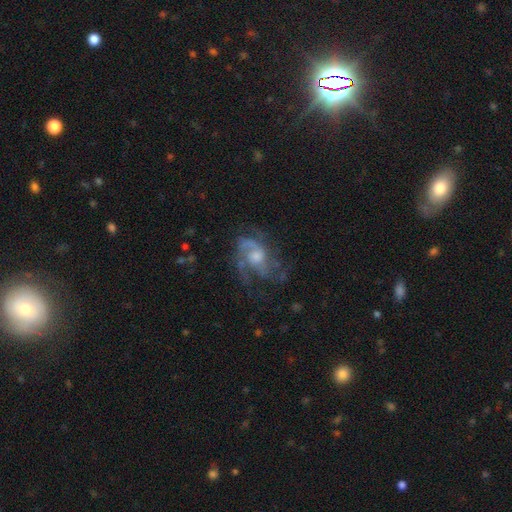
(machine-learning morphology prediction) A featured or disk galaxy (79%) with no bar (69%), 2 (34%) medium (47%) spiral arms (88%) and a moderate central bulge (57%).

Vote fractions:
- Smooth or featured? featured or disk: 79% / smooth: 12% / star or artifact: 9%
- Edge-on disk? no: 97% / yes: 3%
- Bar? no: 69% / weak: 27% / strong: 5%
- Spiral arms? yes: 88% / no: 12%
- Spiral winding? medium: 47% / loose: 28% / tight: 24%
- Spiral arm count? 2: 34% / can't tell: 24% / 3: 23% / 1: 9% / 4: 6% / more than 4: 4%
- Bulge size? moderate: 57% / small: 24% / large: 12% / none: 6% / dominant: 1%
- Merging? none: 53% / major disturbance: 25% / minor disturbance: 20% / merger: 2%